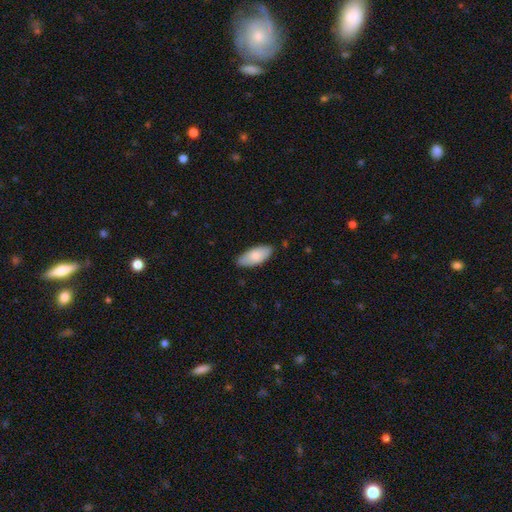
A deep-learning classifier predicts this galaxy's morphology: This appears to be a smooth galaxy with no disk features (81%) that is in between round and cigar-shaped (89%). Merging: none (83%).